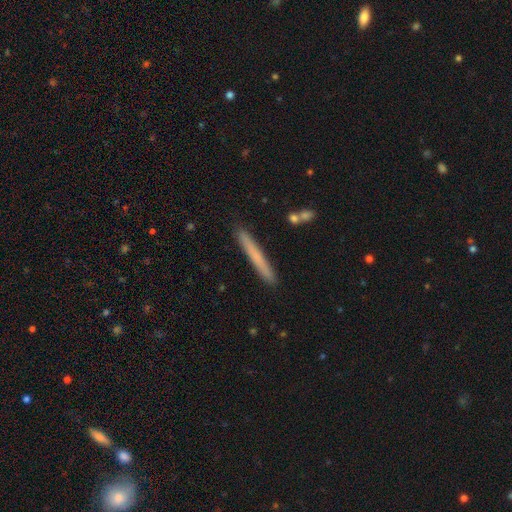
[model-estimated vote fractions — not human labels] smooth 66%, featured or disk 28%, star or artifact 6%. Down the decision tree: how rounded — cigar-shaped (97%); merging — none (91%).